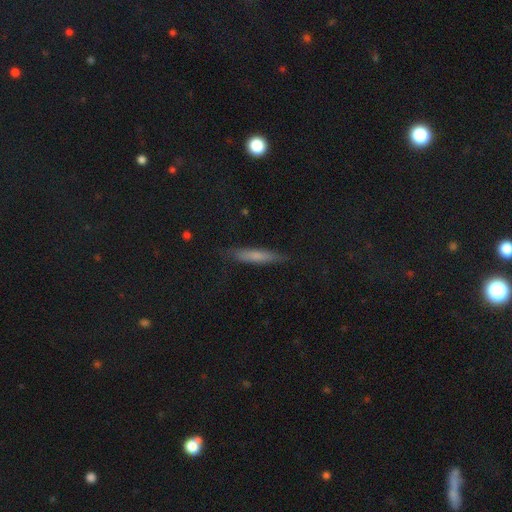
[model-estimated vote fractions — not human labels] A smooth galaxy with no disk features (67%) that is cigar-shaped (87%).

Vote fractions:
- Smooth or featured? smooth: 67% / featured or disk: 24% / star or artifact: 9%
- How rounded? cigar-shaped: 87% / in between: 12% / round: 2%
- Merging? none: 83% / minor disturbance: 13% / major disturbance: 3% / merger: 1%